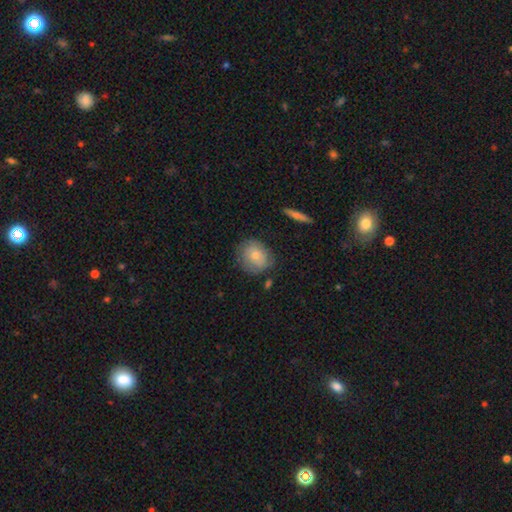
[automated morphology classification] Smooth or featured?
  - smooth: 69% *
  - featured or disk: 24%
  - star or artifact: 7%
How rounded?
  - round: 70% *
  - in between: 29%
  - cigar-shaped: 1%
Merging?
  - none: 71% *
  - minor disturbance: 21%
  - major disturbance: 6%
  - merger: 3%